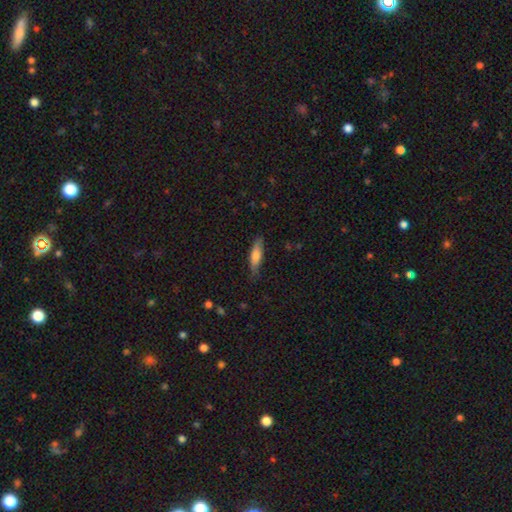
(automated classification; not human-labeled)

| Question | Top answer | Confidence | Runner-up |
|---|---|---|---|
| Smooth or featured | smooth | 73% | featured or disk (21%) |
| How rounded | cigar-shaped | 59% | in between (39%) |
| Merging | none | 76% | minor disturbance (19%) |